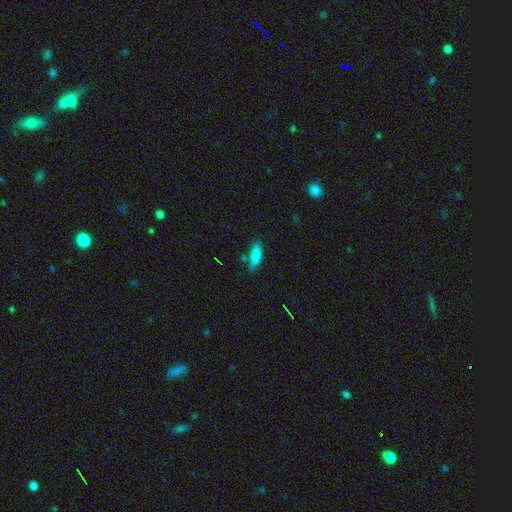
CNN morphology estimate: Smooth or featured?
  - smooth: 82% *
  - featured or disk: 9%
  - star or artifact: 8%
How rounded?
  - in between: 56% *
  - cigar-shaped: 42%
  - round: 2%
Merging?
  - none: 71% *
  - minor disturbance: 20%
  - merger: 6%
  - major disturbance: 4%